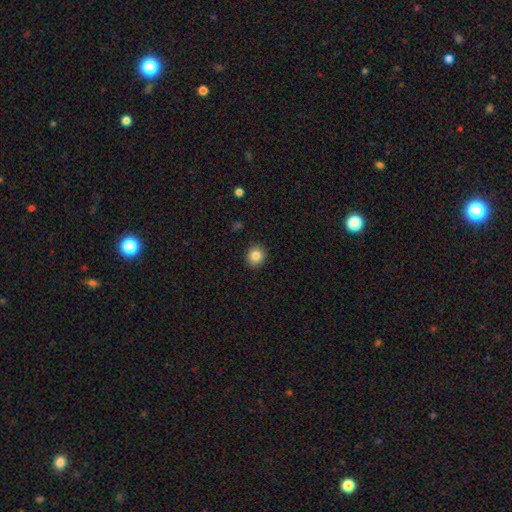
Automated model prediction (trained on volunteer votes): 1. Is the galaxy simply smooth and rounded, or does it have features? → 84% smooth, 10% star or artifact, 6% featured or disk.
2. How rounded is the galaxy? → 81% round, 18% in between, 1% cigar-shaped.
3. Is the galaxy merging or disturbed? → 91% none, 6% minor disturbance, 2% major disturbance, 1% merger.